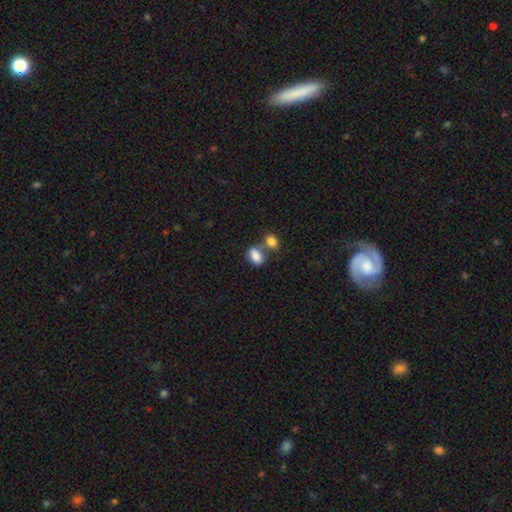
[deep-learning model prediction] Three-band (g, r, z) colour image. It shows a smooth galaxy with no disk features (85%) that is in between round and cigar-shaped (87%). Merging: merger (46%).